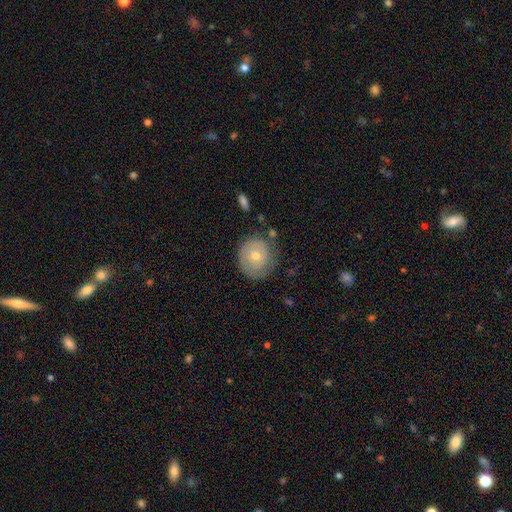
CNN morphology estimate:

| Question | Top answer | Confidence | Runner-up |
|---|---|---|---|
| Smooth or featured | featured or disk | 51% | smooth (42%) |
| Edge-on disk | no | 96% | yes (4%) |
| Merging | none | 72% | minor disturbance (19%) |